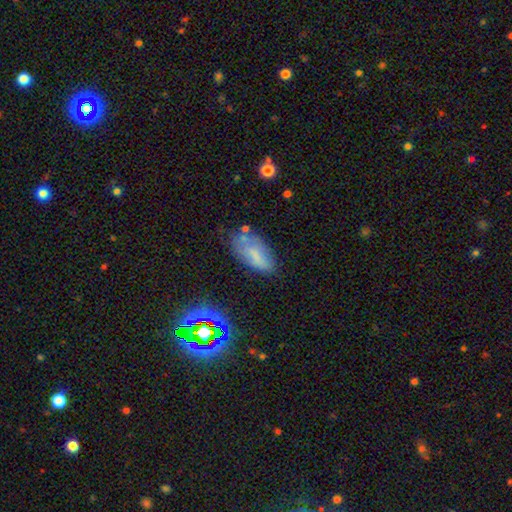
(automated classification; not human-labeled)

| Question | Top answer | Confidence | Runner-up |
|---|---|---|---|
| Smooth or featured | smooth | 69% | featured or disk (20%) |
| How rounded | in between | 91% | cigar-shaped (7%) |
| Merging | none | 57% | minor disturbance (26%) |